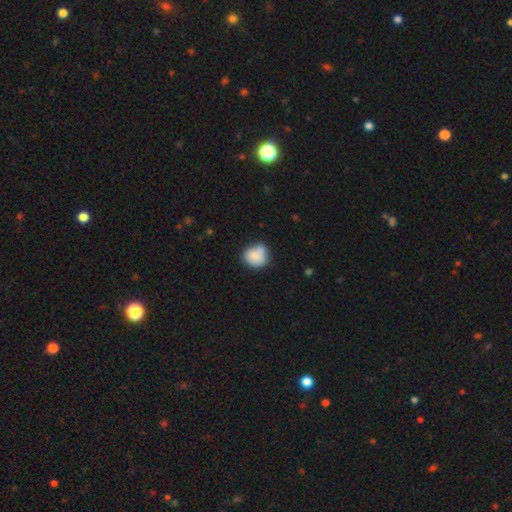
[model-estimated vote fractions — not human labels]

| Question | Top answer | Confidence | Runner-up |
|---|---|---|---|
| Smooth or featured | smooth | 76% | featured or disk (16%) |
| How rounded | round | 74% | in between (25%) |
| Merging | none | 49% | minor disturbance (25%) |